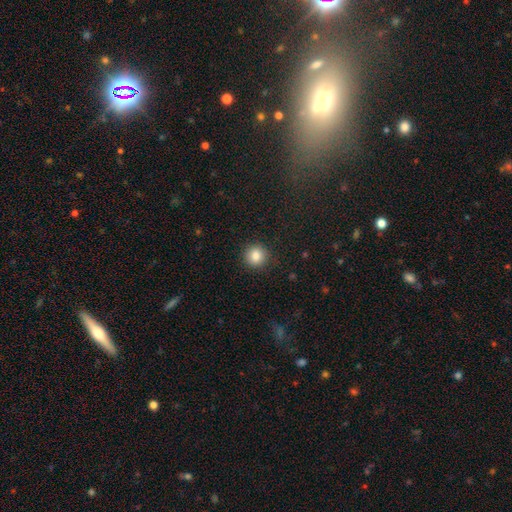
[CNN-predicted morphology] Smooth or featured: smooth — 85% (star or artifact — 10%)
How rounded: round — 92% (in between — 7%)
Merging: none — 90% (minor disturbance — 7%)